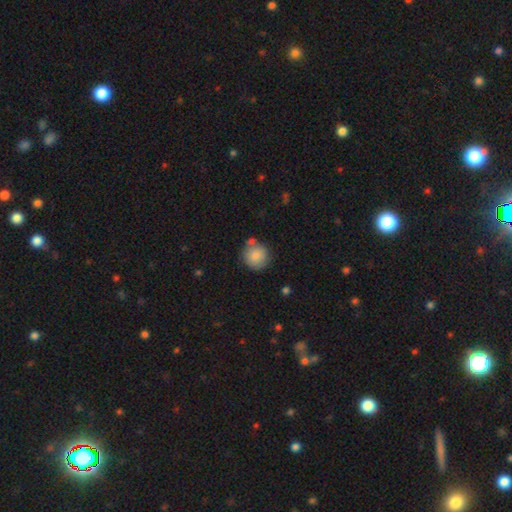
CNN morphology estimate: This appears to be a smooth galaxy with no disk features (85%) that is round (93%). Merging: none (72%).